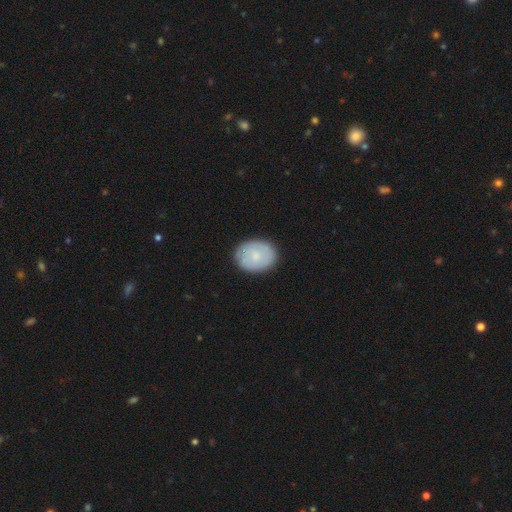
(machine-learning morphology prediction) This appears to be a smooth galaxy with no disk features (72%) that is in between round and cigar-shaped (59%). Merging: none (85%).